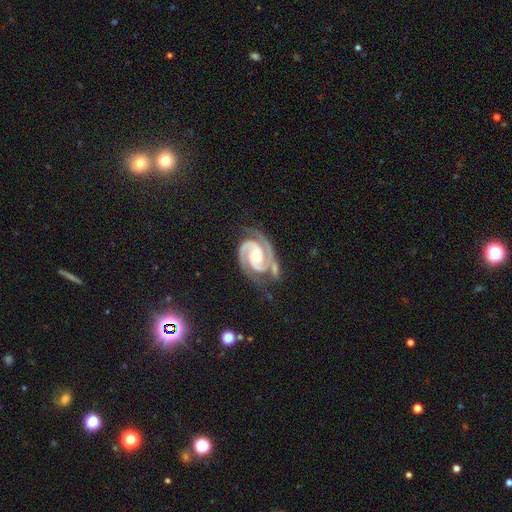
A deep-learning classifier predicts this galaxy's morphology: smooth_or_featured: featured or disk (p=0.94) [alt: star or artifact p=0.04]
disk_edge_on: no (p=0.98) [alt: yes p=0.02]
bar: no (p=0.52) [alt: weak p=0.30]
has_spiral_arms: yes (p=0.99) [alt: no p=0.01]
spiral_winding: tight (p=0.64) [alt: medium p=0.33]
spiral_arm_count: 2 (p=0.92) [alt: 3 p=0.03]
bulge_size: moderate (p=0.65) [alt: small p=0.26]
merging: none (p=0.70) [alt: minor disturbance p=0.18]